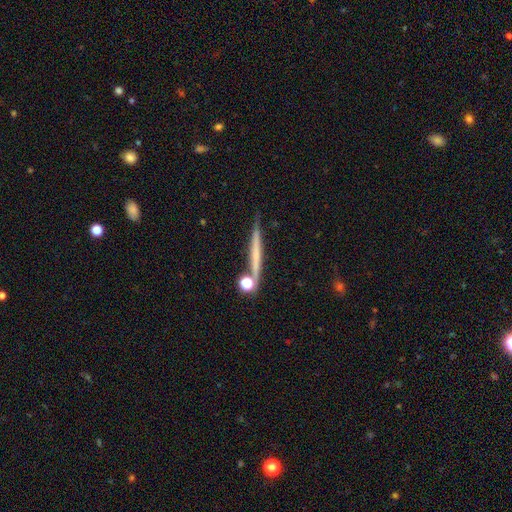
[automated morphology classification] smooth-or-featured: smooth: 46% | featured or disk: 45% | star or artifact: 8%
  merging: none: 77% | minor disturbance: 12% | merger: 8% | major disturbance: 3%